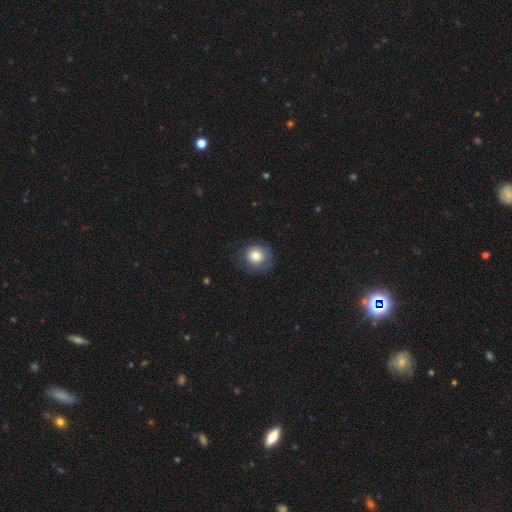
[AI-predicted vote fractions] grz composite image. It shows a smooth galaxy with no disk features (78%) that is round (89%). Merging: none (70%).